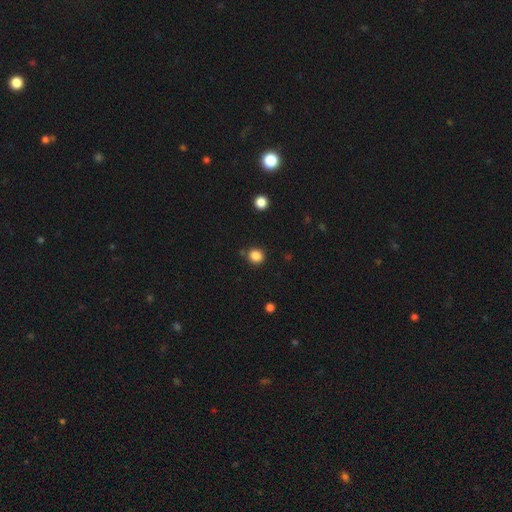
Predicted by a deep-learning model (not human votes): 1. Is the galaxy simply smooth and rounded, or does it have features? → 85% smooth, 12% star or artifact, 3% featured or disk.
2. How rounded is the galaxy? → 87% round, 12% in between, 1% cigar-shaped.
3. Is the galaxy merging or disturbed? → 85% none, 9% minor disturbance, 4% merger, 3% major disturbance.